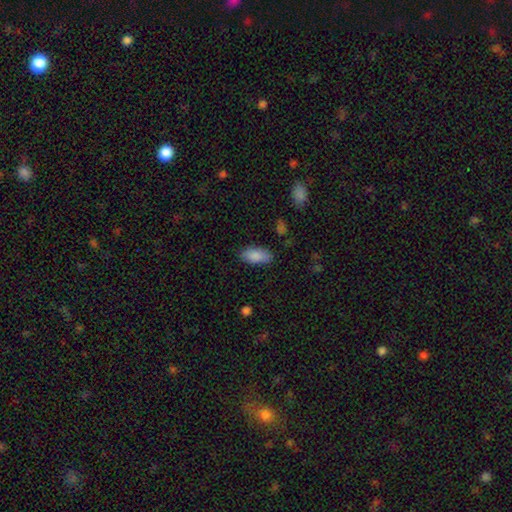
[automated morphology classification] Smooth or featured? smooth (87%)
How rounded? in between (90%)
Merging? none (83%)